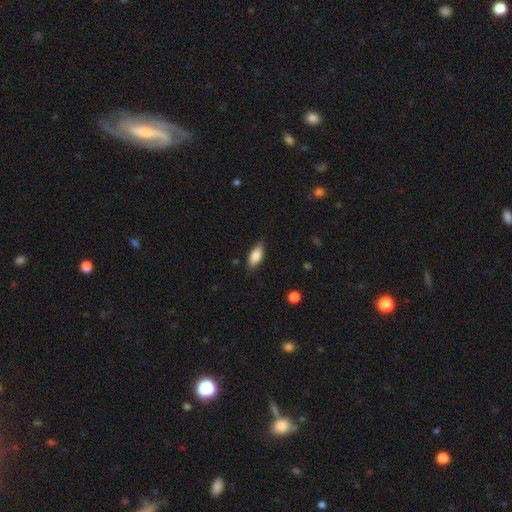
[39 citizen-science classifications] Smooth or featured?
  - smooth: 87% *
  - featured or disk: 10%
  - star or artifact: 3%
How rounded?
  - in between: 74% *
  - cigar-shaped: 24%
  - round: 3%
Merging?
  - none: 76% *
  - minor disturbance: 24%
  - major disturbance: 0%
  - merger: 0%